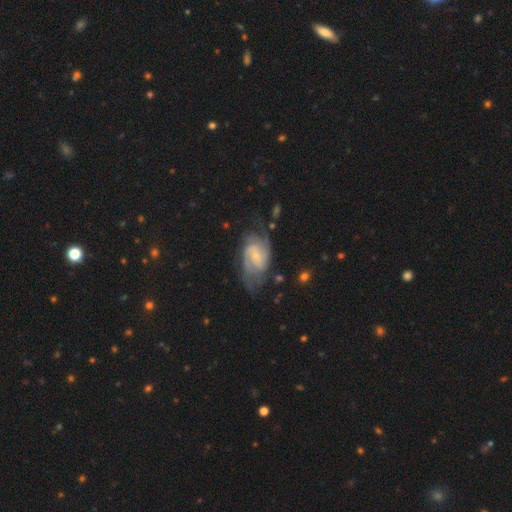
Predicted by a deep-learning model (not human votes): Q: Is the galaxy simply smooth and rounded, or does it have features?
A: featured or disk — 80%.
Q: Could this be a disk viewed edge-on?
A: no — 97%.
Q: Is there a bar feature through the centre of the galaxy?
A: no — 48%.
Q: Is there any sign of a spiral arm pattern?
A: yes — 94%.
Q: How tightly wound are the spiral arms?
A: medium — 44%.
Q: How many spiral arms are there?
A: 2 — 60%.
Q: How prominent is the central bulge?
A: small — 70%.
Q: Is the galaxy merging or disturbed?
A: none — 58%.